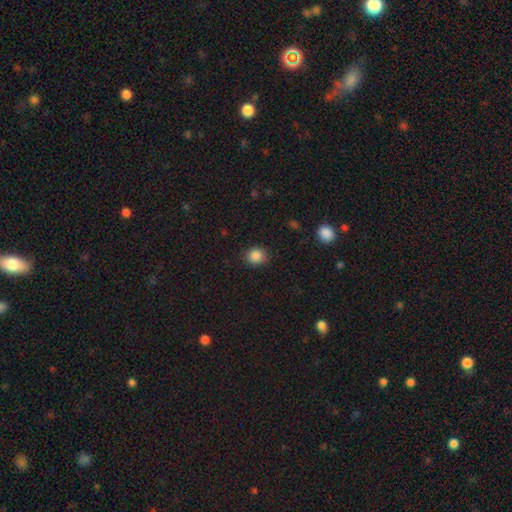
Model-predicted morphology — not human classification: smooth-or-featured: smooth: 86% | star or artifact: 10% | featured or disk: 4%
  how-rounded: round: 79% | in between: 20% | cigar-shaped: 1%
  merging: none: 87% | minor disturbance: 10% | major disturbance: 2% | merger: 1%